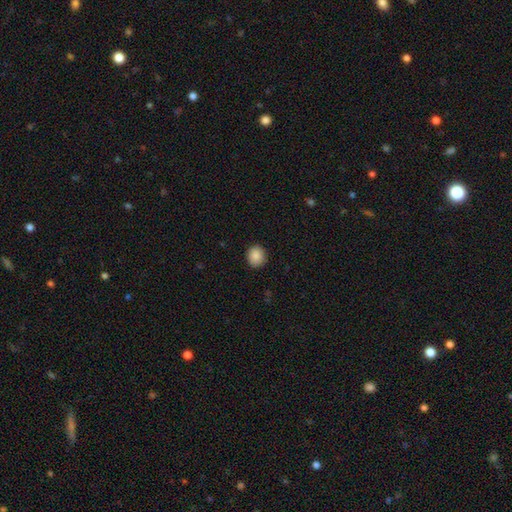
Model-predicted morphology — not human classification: smooth 88%, star or artifact 8%, featured or disk 3%. Down the decision tree: how rounded — round (81%); merging — none (90%).